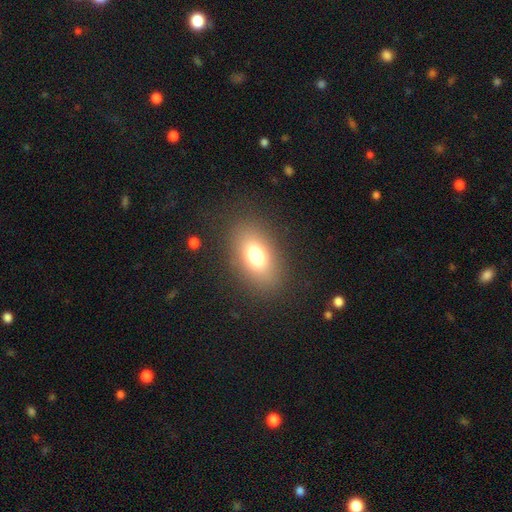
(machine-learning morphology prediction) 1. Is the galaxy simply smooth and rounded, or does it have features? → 74% smooth, 14% featured or disk, 12% star or artifact.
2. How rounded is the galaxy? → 85% in between, 13% round, 2% cigar-shaped.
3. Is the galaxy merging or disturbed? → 84% none, 10% minor disturbance, 5% major disturbance, 1% merger.